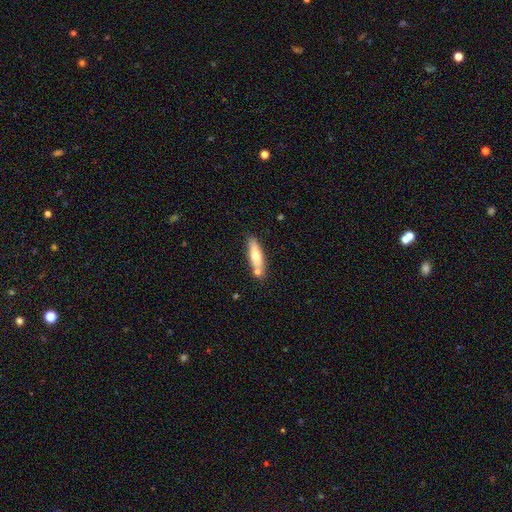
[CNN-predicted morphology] Q: Smooth or featured?
A: smooth (63%); runner-up: featured or disk (31%)
Q: How rounded?
A: cigar-shaped (60%); runner-up: in between (38%)
Q: Merging?
A: none (69%); runner-up: merger (15%)